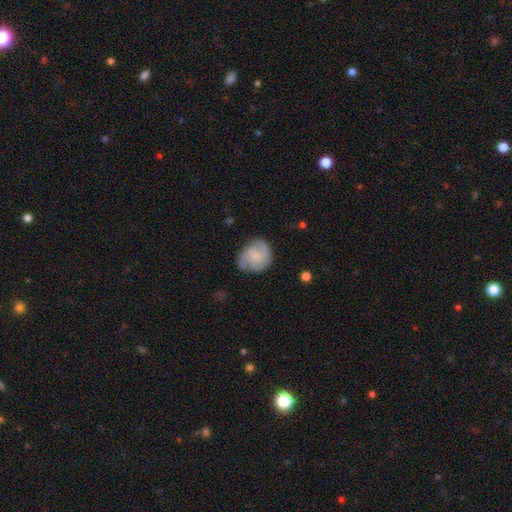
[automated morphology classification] type=featured or disk (63%); edge-on=no (98%); bar=no (70%); spiral arms=yes (93%); winding=medium (46%); arm count=3 (40%); bulge=small (62%); merging=none (71%).